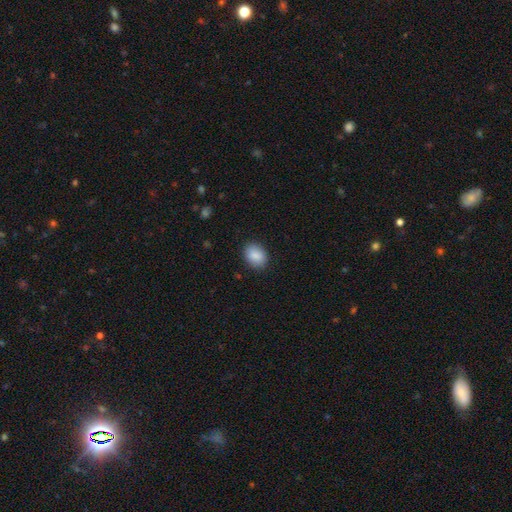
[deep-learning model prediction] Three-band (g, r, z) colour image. It shows a smooth galaxy with no disk features (88%) that is in between round and cigar-shaped (60%). Merging: none (87%).